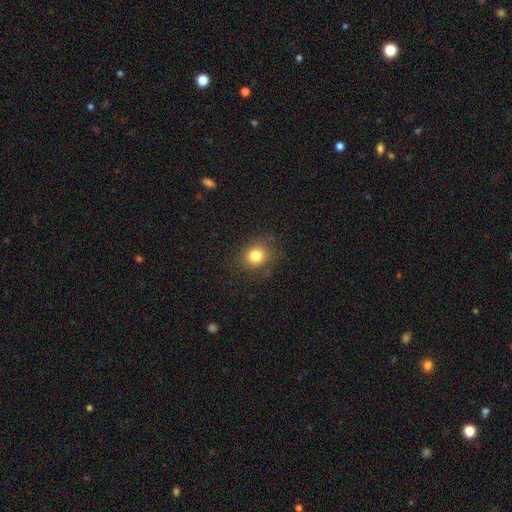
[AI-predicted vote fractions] smooth_or_featured: smooth (p=0.81) [alt: star or artifact p=0.12]
how_rounded: round (p=0.78) [alt: in between p=0.21]
merging: none (p=0.85) [alt: minor disturbance p=0.10]